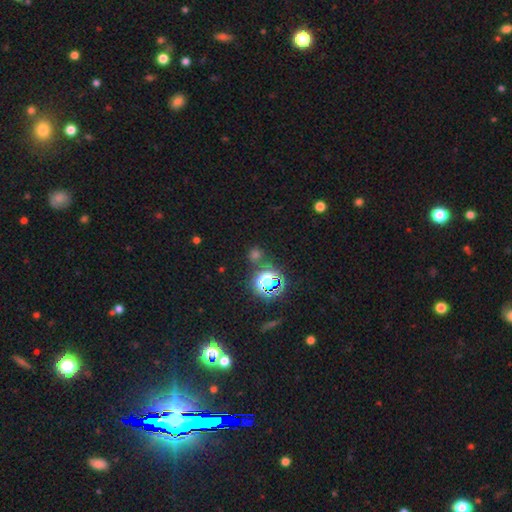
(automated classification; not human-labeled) star or artifact 60%, smooth 33%, featured or disk 7%.